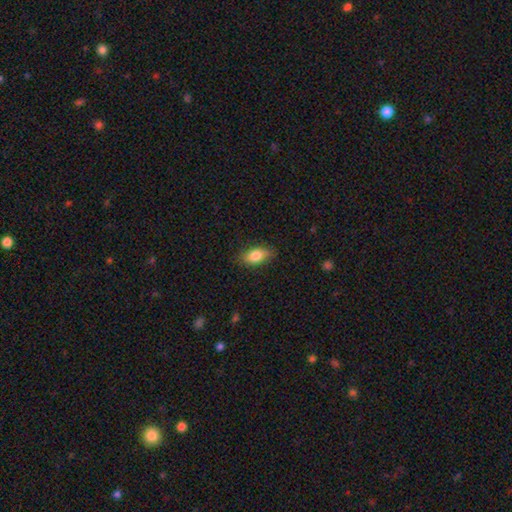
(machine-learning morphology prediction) A smooth galaxy with no disk features (81%) that is in between round and cigar-shaped (87%). Merging: none (83%).